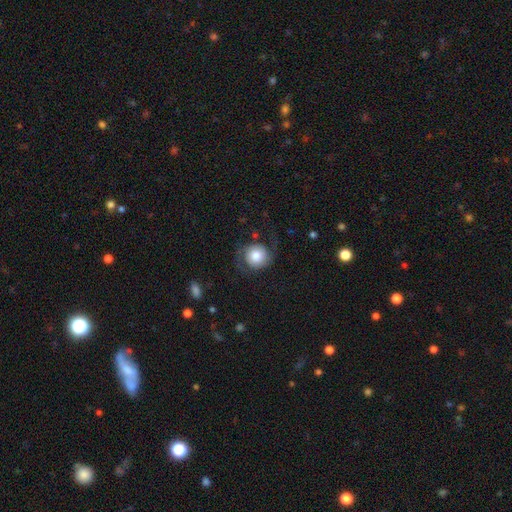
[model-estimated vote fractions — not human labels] Morphology: type=smooth (48%); merging=none (66%).